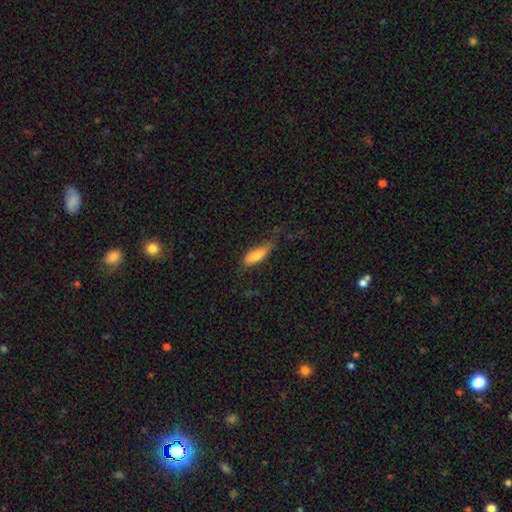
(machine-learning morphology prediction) smooth_or_featured: smooth (p=0.76) [alt: featured or disk p=0.17]
how_rounded: in between (p=0.64) [alt: cigar-shaped p=0.34]
merging: none (p=0.51) [alt: minor disturbance p=0.32]